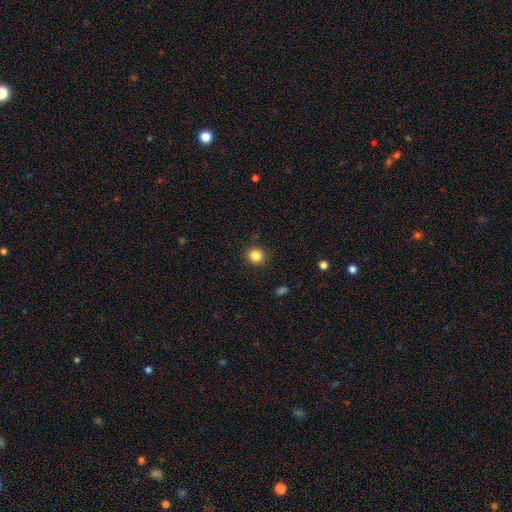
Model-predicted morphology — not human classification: The model was most divided on "smooth or featured": smooth: 84%, star or artifact: 12%, featured or disk: 4%. More confident: how rounded — round (91%); merging — none (89%).